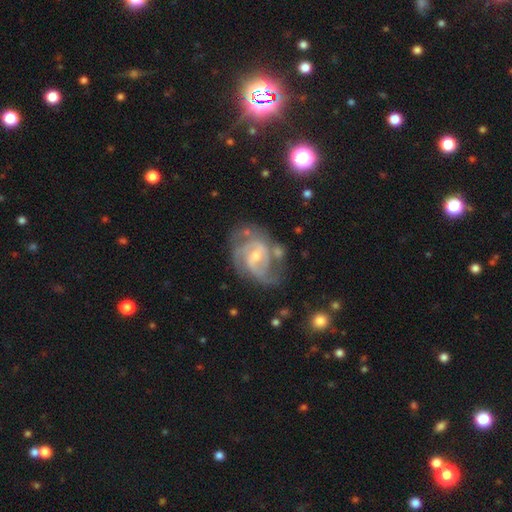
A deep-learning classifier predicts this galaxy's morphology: Overall: featured or disk (87%). Edge-on disk: no (98%). Bar: weak (54%; no 28%). Spiral arms: yes (95%). Spiral arm count: 2 (52%; 3 21%). Spiral winding: medium (49%; tight 37%). Bulge size: small (50%; moderate 44%). Merging: none (55%; minor disturbance 23%).